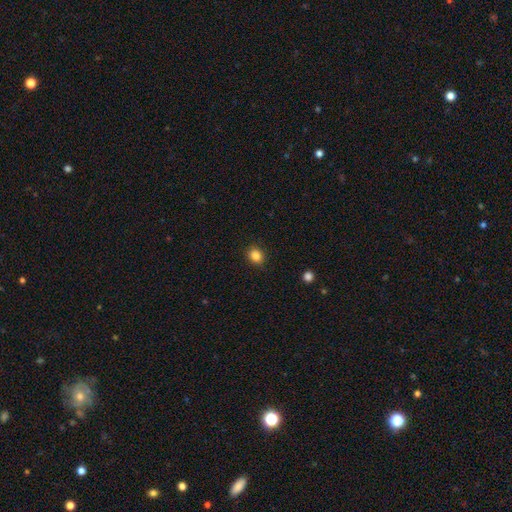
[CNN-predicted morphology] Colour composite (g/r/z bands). It shows a smooth galaxy with no disk features (85%) that is round (59%). Merging: none (89%).